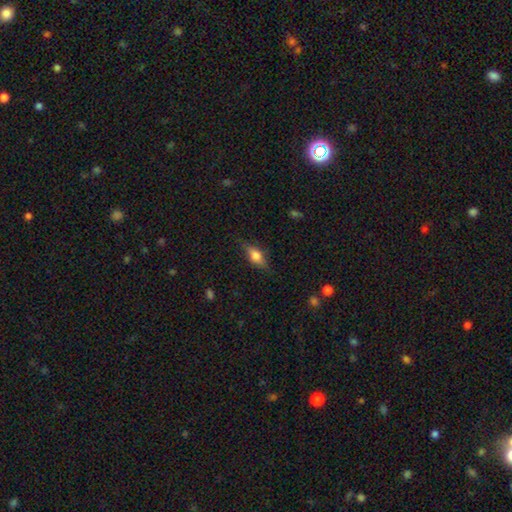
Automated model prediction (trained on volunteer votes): Smooth or featured? Predicted: smooth (p=0.61). How rounded? Predicted: in between (p=0.71). Merging? Predicted: none (p=0.79).